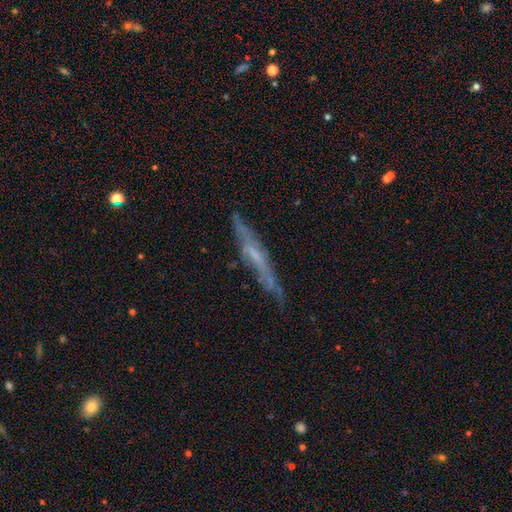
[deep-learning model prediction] Smooth or featured?
  - featured or disk: 64% *
  - smooth: 28%
  - star or artifact: 8%
Edge-on disk?
  - yes: 85% *
  - no: 15%
Edge-on bulge?
  - none: 60% *
  - rounded: 31%
  - boxy: 9%
Merging?
  - none: 77% *
  - minor disturbance: 17%
  - major disturbance: 4%
  - merger: 2%